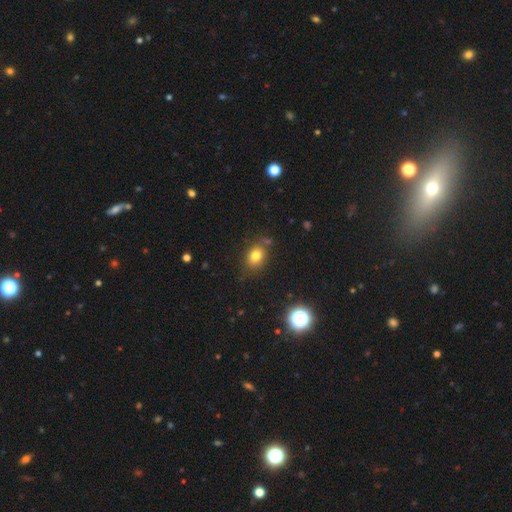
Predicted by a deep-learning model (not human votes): A smooth galaxy with no disk features (78%) that is in between round and cigar-shaped (57%).

Vote fractions:
- Smooth or featured? smooth: 78% / star or artifact: 13% / featured or disk: 9%
- How rounded? in between: 57% / round: 42% / cigar-shaped: 1%
- Merging? none: 75% / minor disturbance: 15% / merger: 6% / major disturbance: 4%